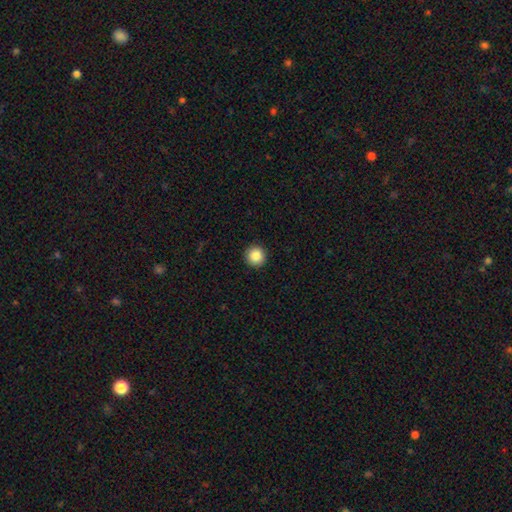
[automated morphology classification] Smooth or featured? smooth (86%)
How rounded? round (96%)
Merging? none (93%)